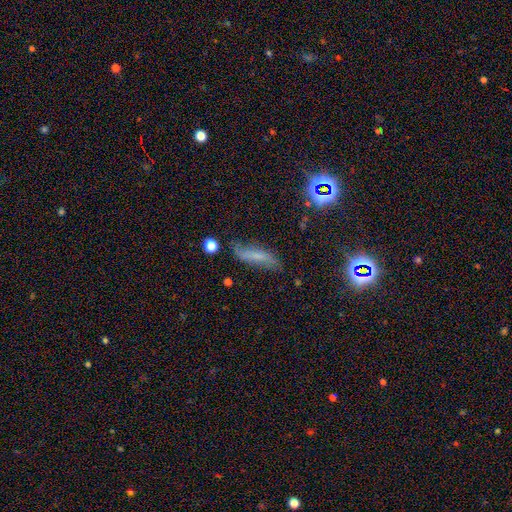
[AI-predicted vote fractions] A featured or disk galaxy (43%).

Vote fractions:
- Smooth or featured? featured or disk: 43% / smooth: 41% / star or artifact: 16%
- Merging? none: 64% / minor disturbance: 25% / major disturbance: 8% / merger: 3%